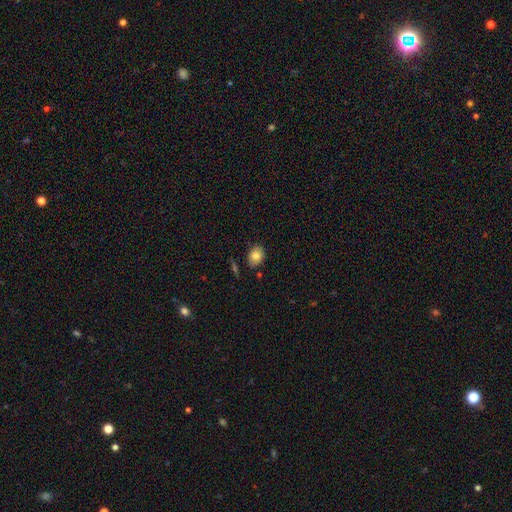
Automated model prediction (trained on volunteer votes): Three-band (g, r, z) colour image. It shows a smooth galaxy with no disk features (81%) that is in between round and cigar-shaped (71%). Merging: none (80%).